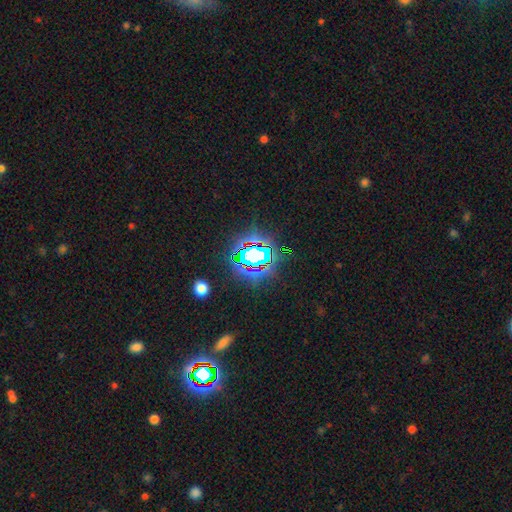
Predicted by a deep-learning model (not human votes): A star or artifact, not a galaxy (72%).